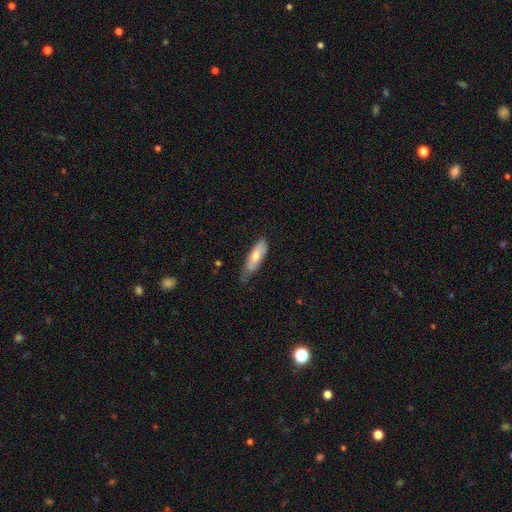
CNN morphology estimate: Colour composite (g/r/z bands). It shows a smooth galaxy with no disk features (66%) that is in between round and cigar-shaped (56%). Merging: none (52%).